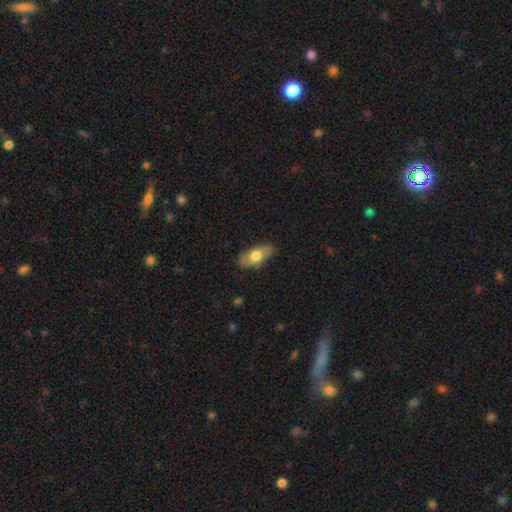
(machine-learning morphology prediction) smooth 63%, featured or disk 31%, star or artifact 6%. Down the decision tree: how rounded — in between (85%); merging — none (80%).